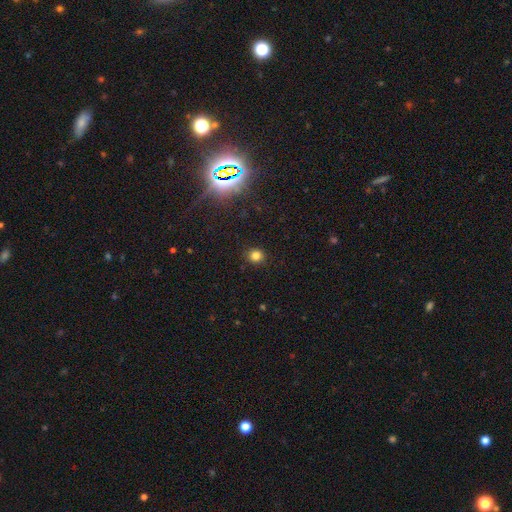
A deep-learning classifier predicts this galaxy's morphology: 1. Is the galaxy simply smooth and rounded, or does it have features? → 79% smooth, 15% star or artifact, 5% featured or disk.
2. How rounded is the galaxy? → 87% round, 12% in between, 1% cigar-shaped.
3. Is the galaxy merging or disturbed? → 90% none, 7% minor disturbance, 2% major disturbance, 1% merger.